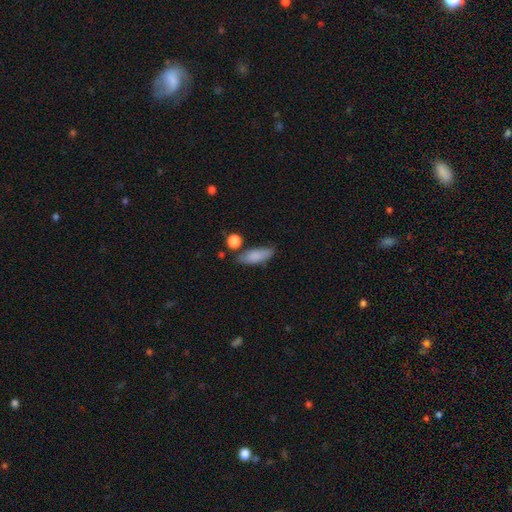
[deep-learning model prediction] smooth-or-featured: smooth: 83% | featured or disk: 10% | star or artifact: 7%
  how-rounded: in between: 69% | cigar-shaped: 28% | round: 3%
  merging: none: 69% | minor disturbance: 18% | merger: 8% | major disturbance: 5%